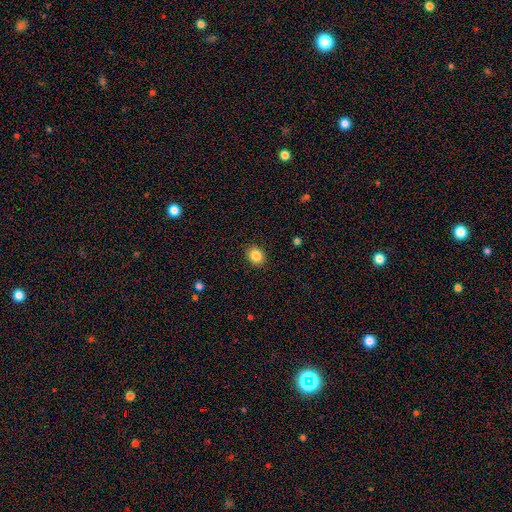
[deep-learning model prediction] smooth 85%, star or artifact 10%, featured or disk 5%. Down the decision tree: how rounded — round (60%); merging — none (90%).